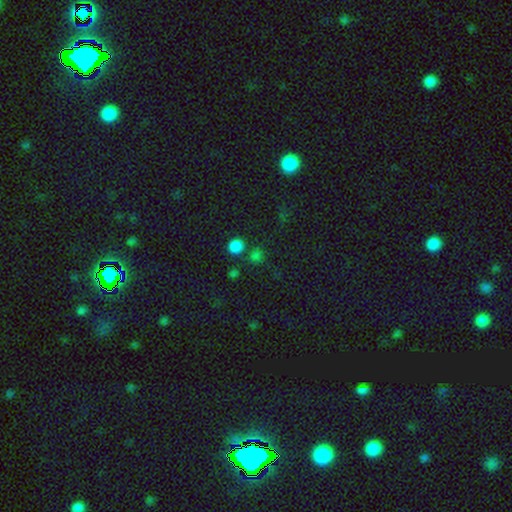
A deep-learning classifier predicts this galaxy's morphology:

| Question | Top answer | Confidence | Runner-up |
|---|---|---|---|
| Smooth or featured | smooth | 70% | star or artifact (25%) |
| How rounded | round | 85% | in between (14%) |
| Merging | none | 71% | merger (16%) |